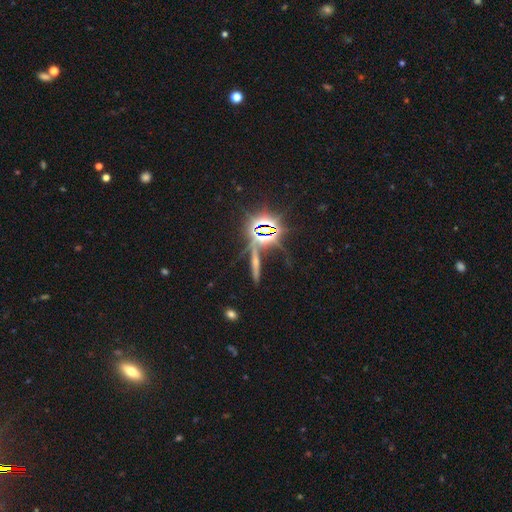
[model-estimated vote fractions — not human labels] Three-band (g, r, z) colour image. It shows a star or artifact, not a galaxy (70%).